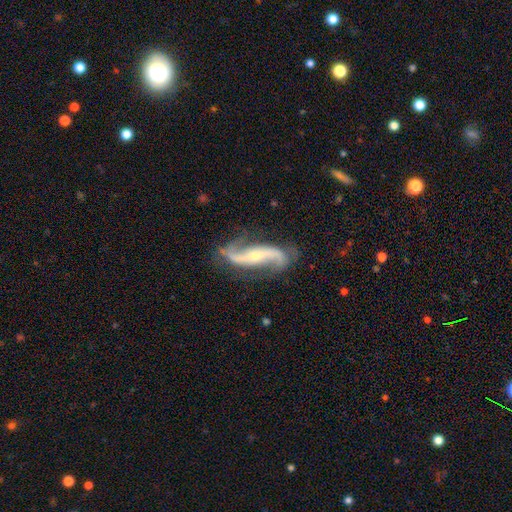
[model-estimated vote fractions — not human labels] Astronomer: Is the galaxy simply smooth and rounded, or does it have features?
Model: featured or disk — 90%.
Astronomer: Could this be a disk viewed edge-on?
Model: no — 91%.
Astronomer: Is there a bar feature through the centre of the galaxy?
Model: no — 37%, tied with strong at 37%.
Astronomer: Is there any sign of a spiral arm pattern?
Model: yes — 97%.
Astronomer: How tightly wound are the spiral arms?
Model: loose — 74%.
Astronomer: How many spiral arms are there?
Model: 2 — 94%.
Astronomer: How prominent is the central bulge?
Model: small — 59% (runner-up: moderate, 36%).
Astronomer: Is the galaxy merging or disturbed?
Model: none — 76%.